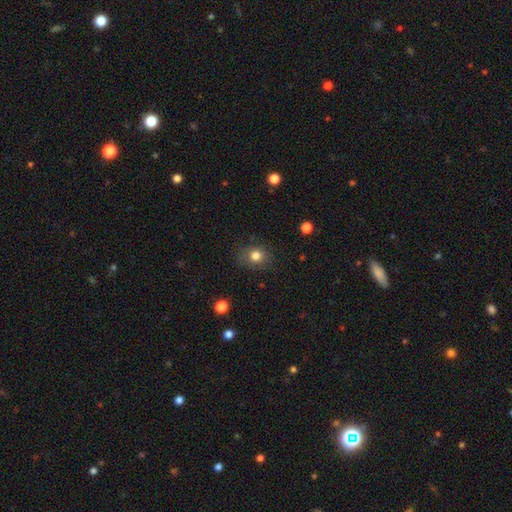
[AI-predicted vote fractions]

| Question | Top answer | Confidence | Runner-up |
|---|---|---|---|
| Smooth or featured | smooth | 80% | star or artifact (12%) |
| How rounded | round | 69% | in between (30%) |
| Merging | none | 80% | minor disturbance (14%) |